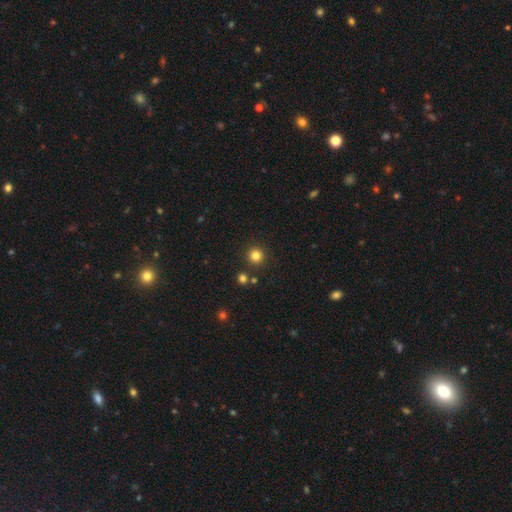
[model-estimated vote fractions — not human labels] smooth-or-featured: smooth: 82% | star or artifact: 14% | featured or disk: 4%
  how-rounded: round: 95% | in between: 4% | cigar-shaped: 1%
  merging: none: 89% | minor disturbance: 5% | merger: 4% | major disturbance: 2%